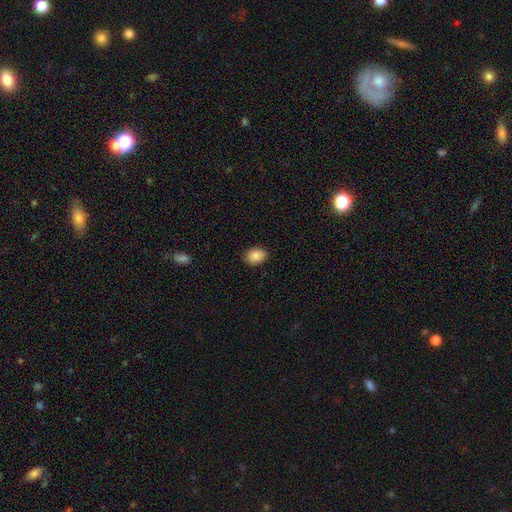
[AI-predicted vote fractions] Smooth or featured? Predicted: smooth (p=0.87). How rounded? Predicted: in between (p=0.74). Merging? Predicted: none (p=0.87).